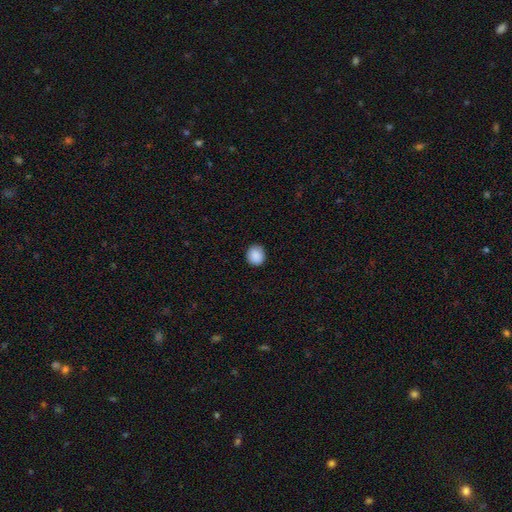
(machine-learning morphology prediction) A smooth galaxy with no disk features (89%) that is round (80%). Merging: none (88%).